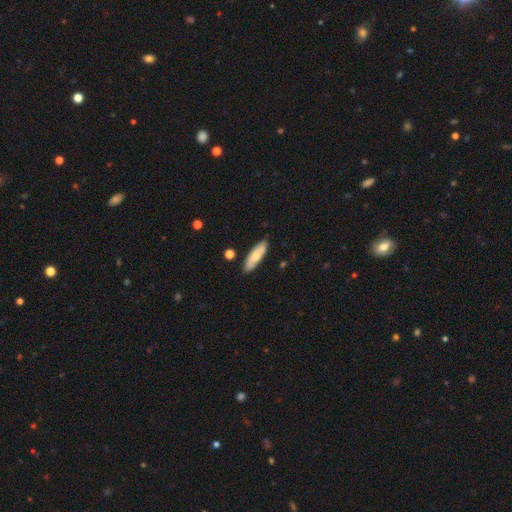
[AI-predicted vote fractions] smooth_or_featured: smooth (p=0.66) [alt: featured or disk p=0.29]
how_rounded: cigar-shaped (p=0.54) [alt: in between p=0.44]
merging: none (p=0.85) [alt: minor disturbance p=0.11]